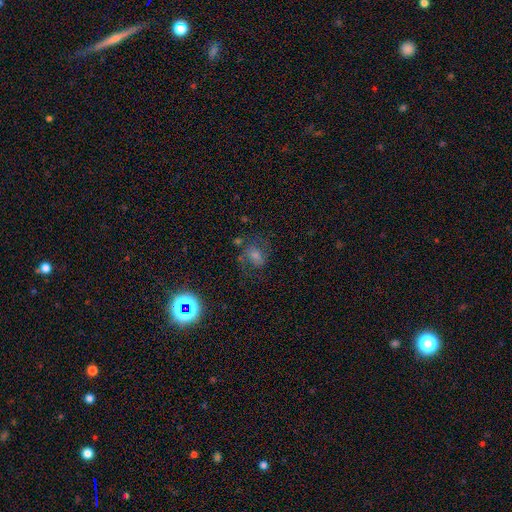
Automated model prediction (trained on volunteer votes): Smooth or featured: featured or disk — 37% (star or artifact — 32%)
Merging: none — 63% (minor disturbance — 19%)